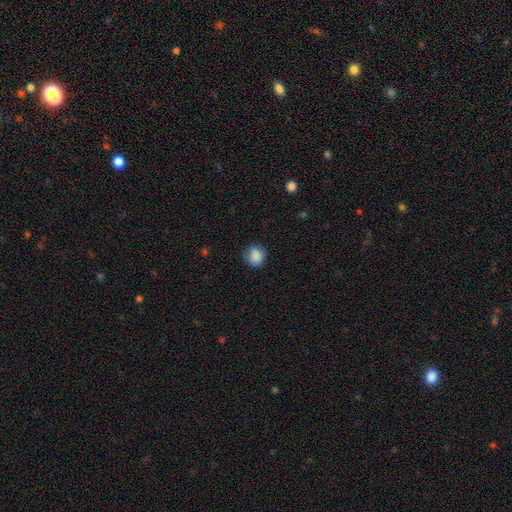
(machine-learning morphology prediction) A smooth galaxy with no disk features (87%) that is round (80%).

Vote fractions:
- Smooth or featured? smooth: 87% / star or artifact: 9% / featured or disk: 4%
- How rounded? round: 80% / in between: 19% / cigar-shaped: 1%
- Merging? none: 78% / minor disturbance: 17% / major disturbance: 4% / merger: 1%